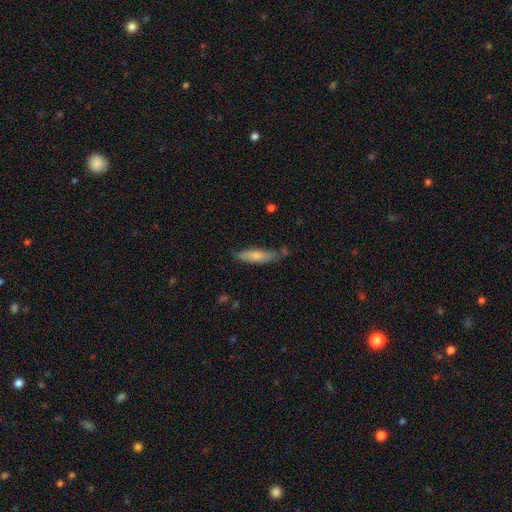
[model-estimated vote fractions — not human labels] Smooth or featured: smooth — 71% (featured or disk — 23%)
How rounded: cigar-shaped — 69% (in between — 29%)
Merging: none — 68% (minor disturbance — 22%)